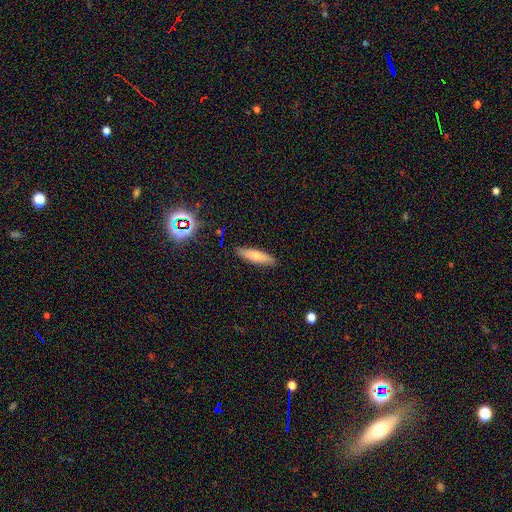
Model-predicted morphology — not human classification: This appears to be a smooth galaxy with no disk features (76%) that is cigar-shaped (71%). Merging: none (88%).